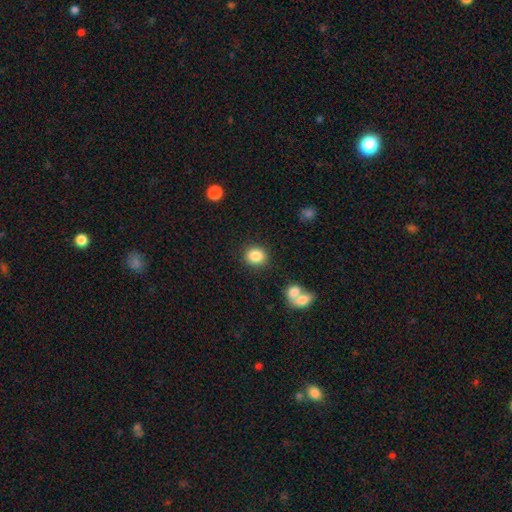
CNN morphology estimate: smooth 86%, star or artifact 9%, featured or disk 5%. Down the decision tree: how rounded — round (70%); merging — none (85%).